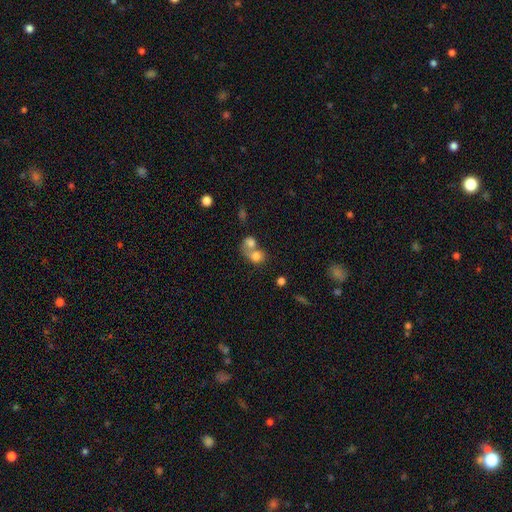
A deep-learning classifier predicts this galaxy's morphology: This appears to be a smooth galaxy with no disk features (75%) that is round (63%). Merging: merger (66%).